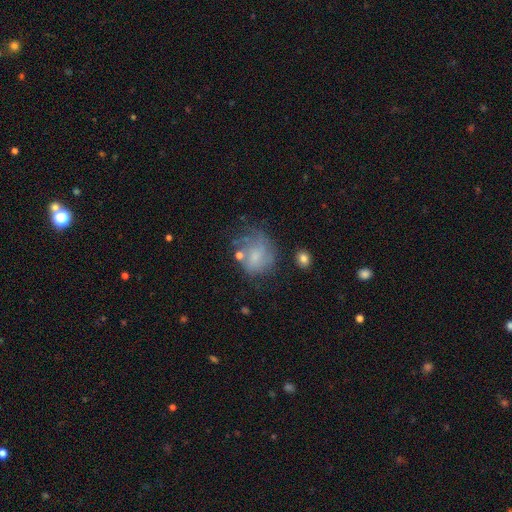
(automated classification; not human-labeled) Overall: smooth (46%; featured or disk 43%). Merging: none (44%; minor disturbance 27%).